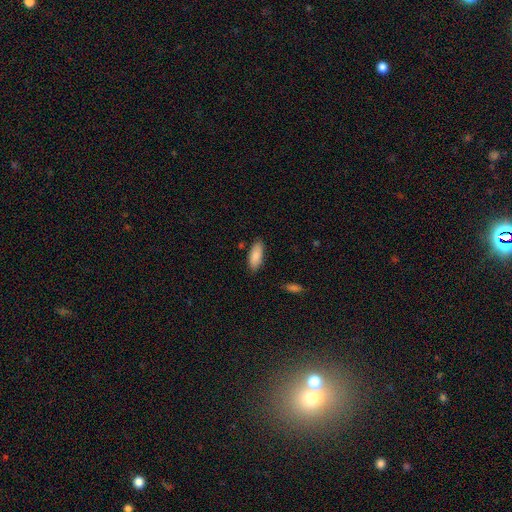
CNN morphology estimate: Overall: smooth (86%). How rounded: in between (80%). Merging: none (84%).